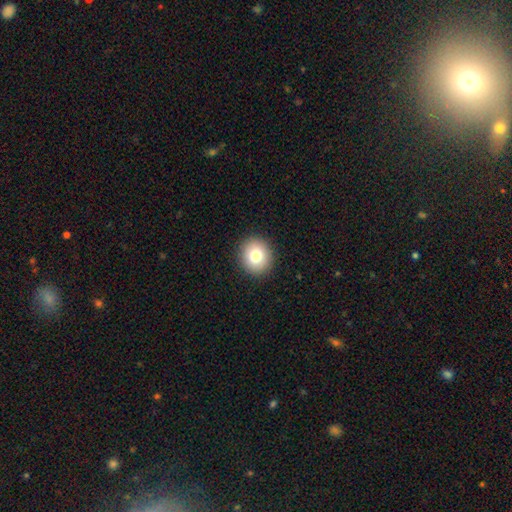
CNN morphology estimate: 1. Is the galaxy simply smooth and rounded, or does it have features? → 80% smooth, 11% featured or disk, 10% star or artifact.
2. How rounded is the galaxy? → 84% round, 15% in between, 1% cigar-shaped.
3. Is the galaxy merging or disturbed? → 92% none, 5% minor disturbance, 2% major disturbance, 1% merger.